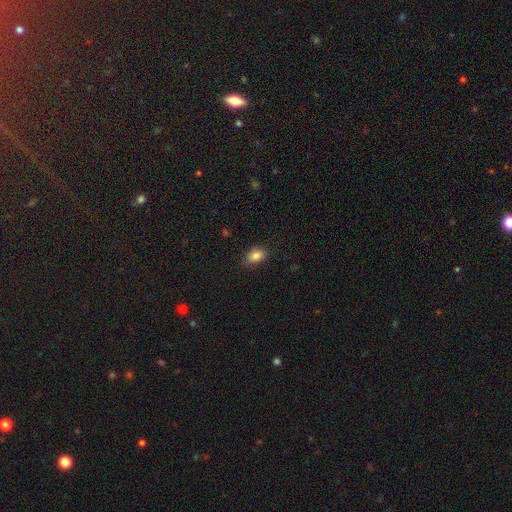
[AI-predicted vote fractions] smooth_or_featured: smooth (p=0.85) [alt: star or artifact p=0.10]
how_rounded: in between (p=0.81) [alt: round p=0.17]
merging: none (p=0.79) [alt: minor disturbance p=0.17]